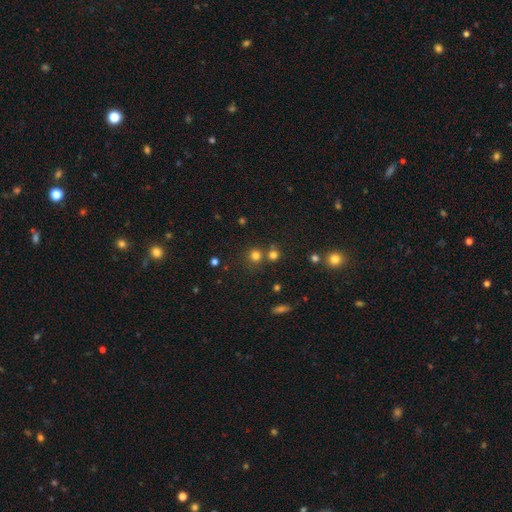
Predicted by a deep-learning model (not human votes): Smooth or featured?
  - smooth: 72% *
  - star or artifact: 21%
  - featured or disk: 7%
How rounded?
  - round: 90% *
  - in between: 9%
  - cigar-shaped: 1%
Merging?
  - none: 69% *
  - merger: 20%
  - minor disturbance: 8%
  - major disturbance: 3%